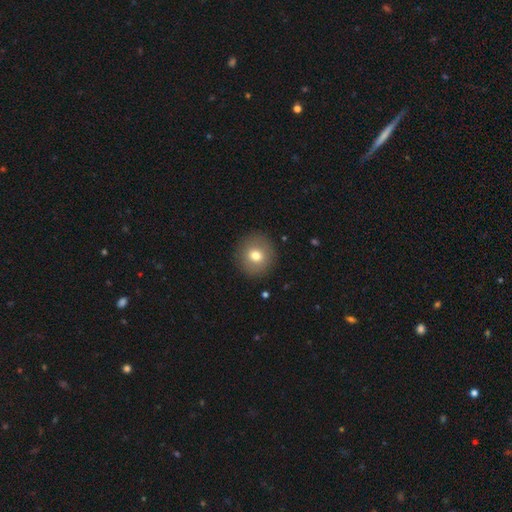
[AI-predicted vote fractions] Q: Smooth or featured?
A: smooth (74%); runner-up: featured or disk (16%)
Q: How rounded?
A: round (92%); runner-up: in between (7%)
Q: Merging?
A: none (90%); runner-up: minor disturbance (7%)